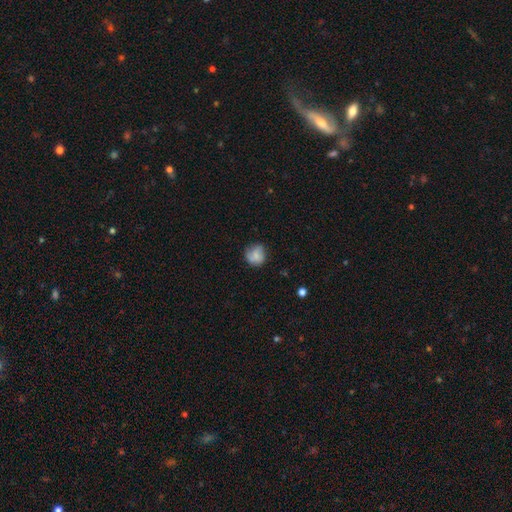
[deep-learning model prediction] A smooth galaxy with no disk features (72%) that is round (85%).

Vote fractions:
- Smooth or featured? smooth: 72% / featured or disk: 19% / star or artifact: 8%
- How rounded? round: 85% / in between: 14% / cigar-shaped: 1%
- Merging? none: 67% / minor disturbance: 24% / major disturbance: 7% / merger: 2%